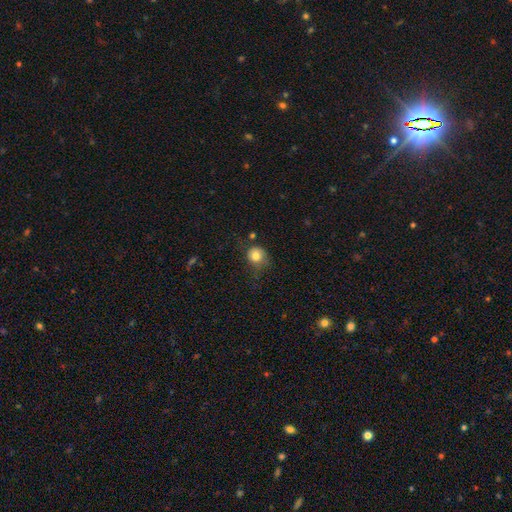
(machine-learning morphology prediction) A smooth galaxy with no disk features (79%) that is round (82%). Merging: none (54%).